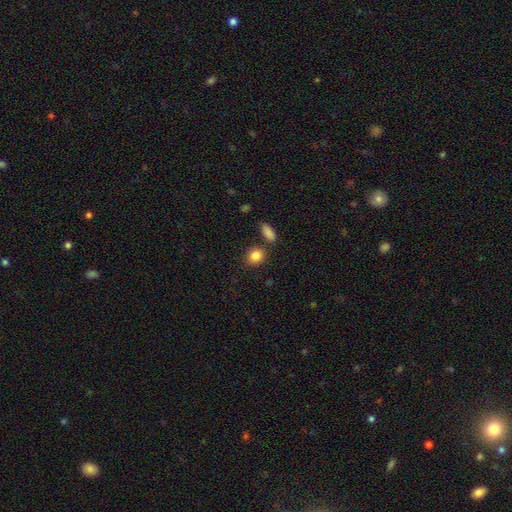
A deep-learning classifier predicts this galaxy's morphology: Overall: smooth (86%). How rounded: round (65%; in between 34%). Merging: none (78%).